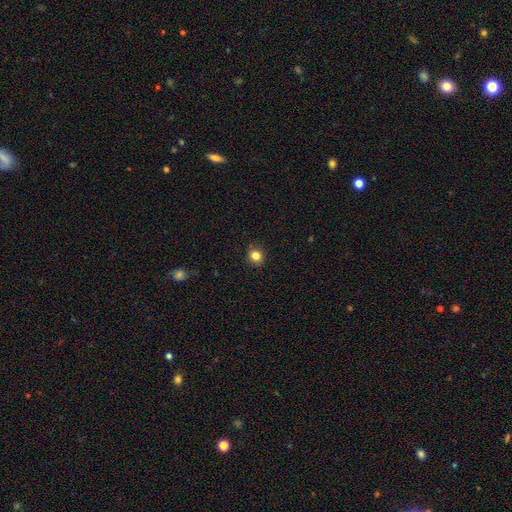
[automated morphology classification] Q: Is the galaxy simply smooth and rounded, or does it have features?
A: smooth — 83%.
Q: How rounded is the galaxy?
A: round — 84%.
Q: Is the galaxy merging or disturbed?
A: none — 90%.